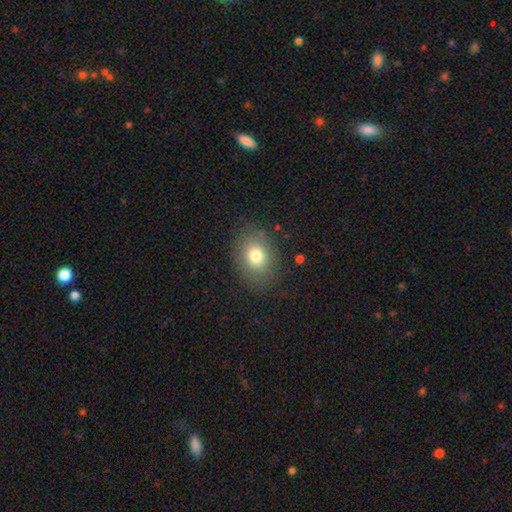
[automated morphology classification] type=smooth (77%); roundness=in between (60%); merging=none (81%).